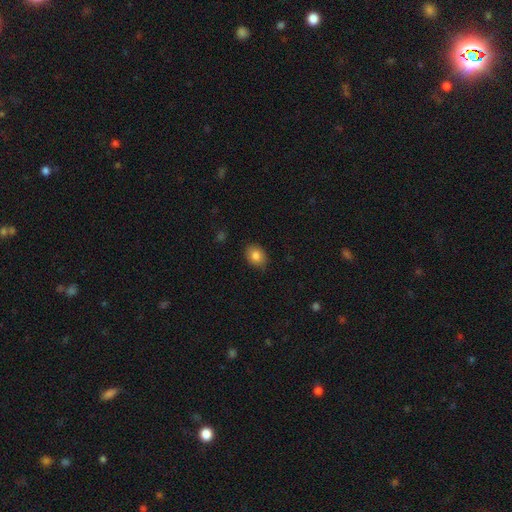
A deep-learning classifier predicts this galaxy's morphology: Overall: smooth (84%). How rounded: in between (54%; round 45%). Merging: none (83%).